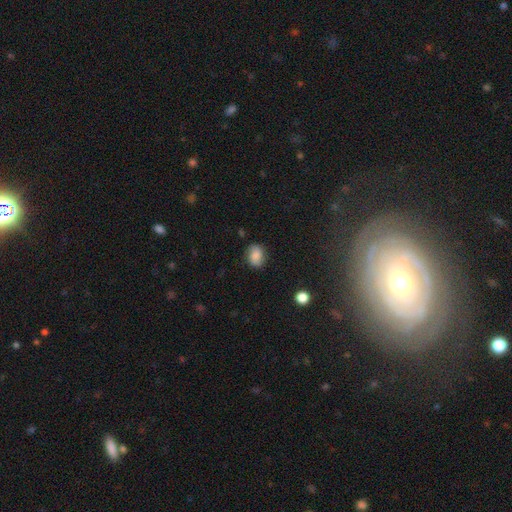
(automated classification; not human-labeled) Overall: smooth (81%). How rounded: in between (62%; round 36%). Merging: none (78%).